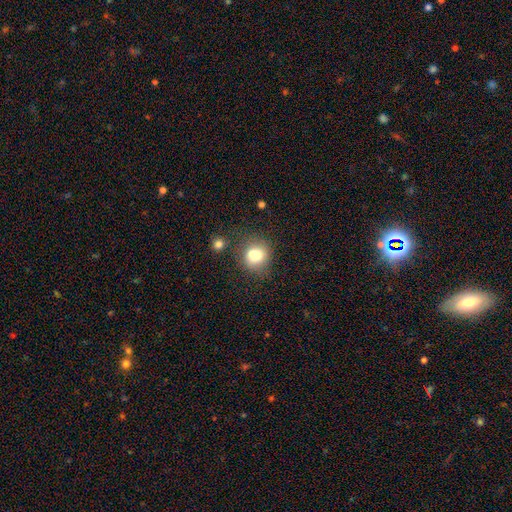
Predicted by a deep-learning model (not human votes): The model was most divided on "merging": none: 62%, minor disturbance: 16%, merger: 16%, major disturbance: 5%. More confident: smooth or featured — smooth (77%); how rounded — round (73%).